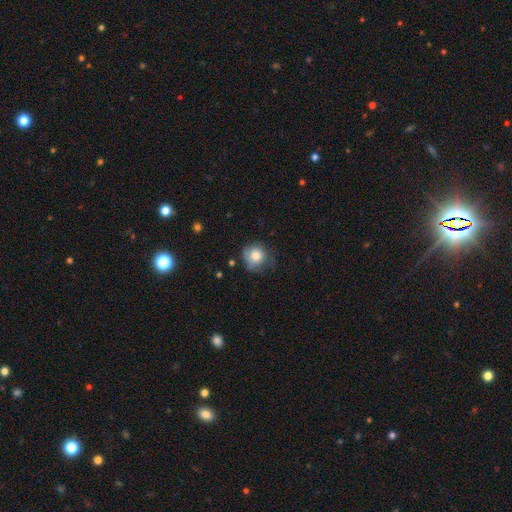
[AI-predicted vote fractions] A smooth galaxy with no disk features (76%) that is round (87%).

Vote fractions:
- Smooth or featured? smooth: 76% / featured or disk: 15% / star or artifact: 9%
- How rounded? round: 87% / in between: 12% / cigar-shaped: 1%
- Merging? none: 59% / minor disturbance: 29% / major disturbance: 10% / merger: 2%